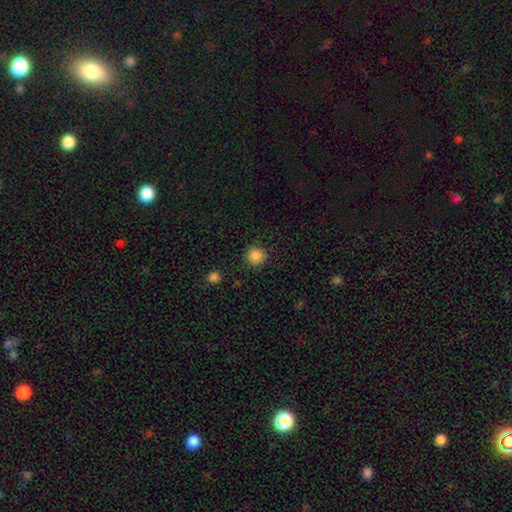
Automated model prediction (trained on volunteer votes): Smooth or featured: smooth — 87% (star or artifact — 10%)
How rounded: round — 93% (in between — 6%)
Merging: none — 89% (minor disturbance — 7%)